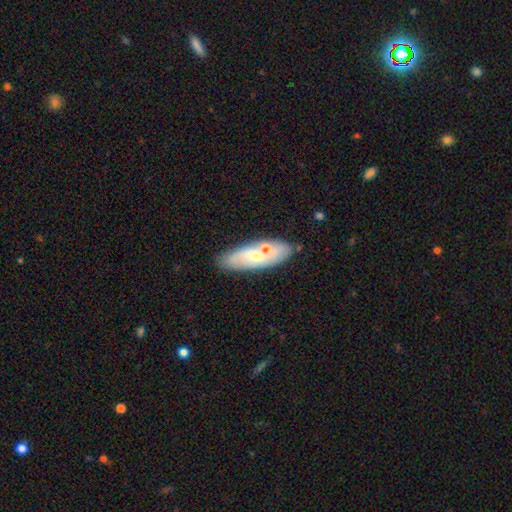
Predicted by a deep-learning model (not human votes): The model was most divided on "smooth or featured": featured or disk: 49%, smooth: 44%, star or artifact: 7%. More confident: merging — none (64%).